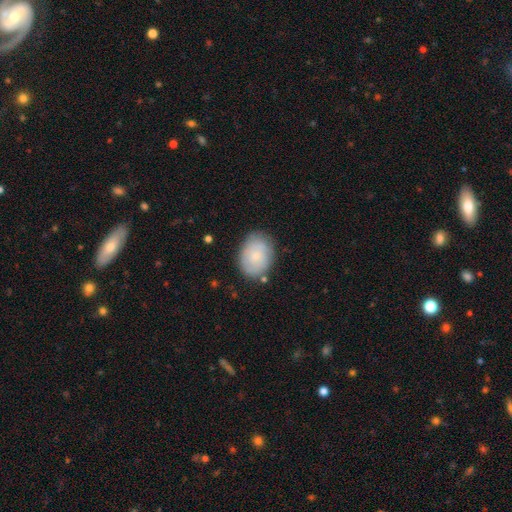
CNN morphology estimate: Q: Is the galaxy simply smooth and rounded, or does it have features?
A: smooth — 66%.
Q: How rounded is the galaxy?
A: in between — 62%.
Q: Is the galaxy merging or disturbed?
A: none — 75%.